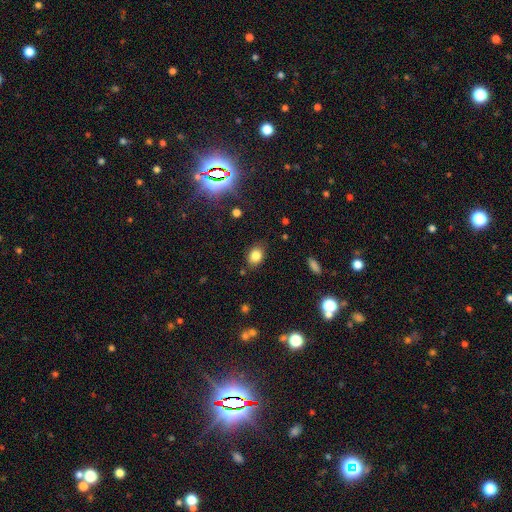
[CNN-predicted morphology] This is clearly a smooth galaxy (81%). How rounded: likely in between (65%). Merging: clearly none (82%).